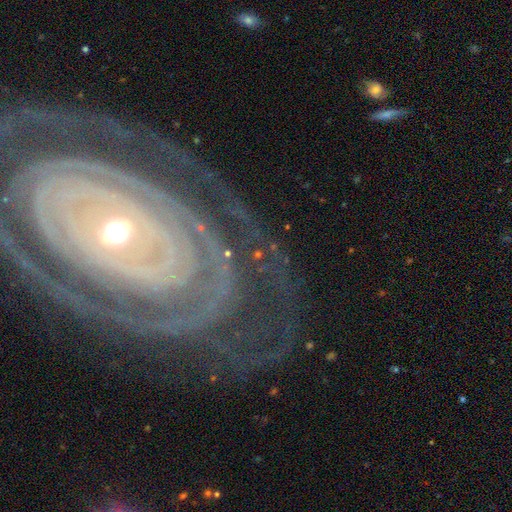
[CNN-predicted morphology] smooth-or-featured: featured or disk: 89% | smooth: 6% | star or artifact: 6%
  disk-edge-on: no: 95% | yes: 5%
    bar: no: 71% | weak: 15% | strong: 14%
    has-spiral-arms: yes: 91% | no: 9%
      spiral-winding: tight: 85% | medium: 11% | loose: 3%
      spiral-arm-count: can't tell: 31% | 2: 23% | 3: 14% | more than 4: 13% | 4: 11% | 1: 8%
    bulge-size: moderate: 47% (tied) | small: 47% (tied) | large: 4% | dominant: 1% | none: 1%
  merging: none: 76% | minor disturbance: 13% | major disturbance: 9% | merger: 2%